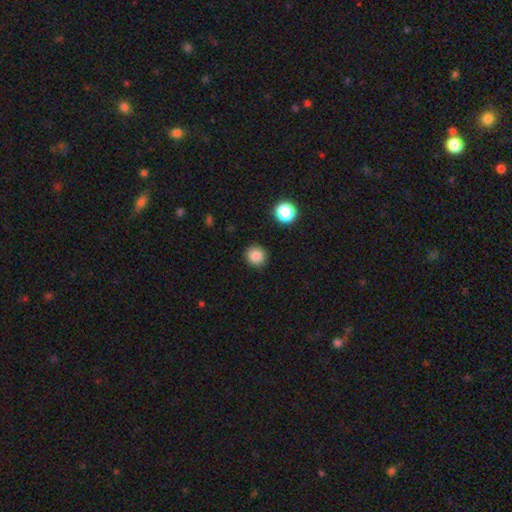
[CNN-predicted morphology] This appears to be a smooth galaxy with no disk features (84%) that is round (92%). Merging: none (91%).